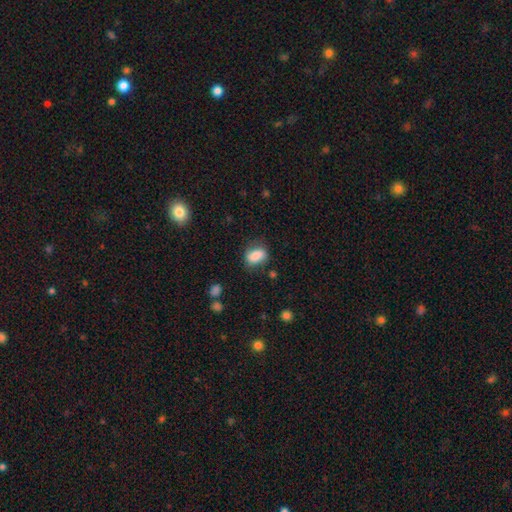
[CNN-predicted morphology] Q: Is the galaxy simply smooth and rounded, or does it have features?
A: smooth — 82%.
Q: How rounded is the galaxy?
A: in between — 79%.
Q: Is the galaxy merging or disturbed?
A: none — 68%.